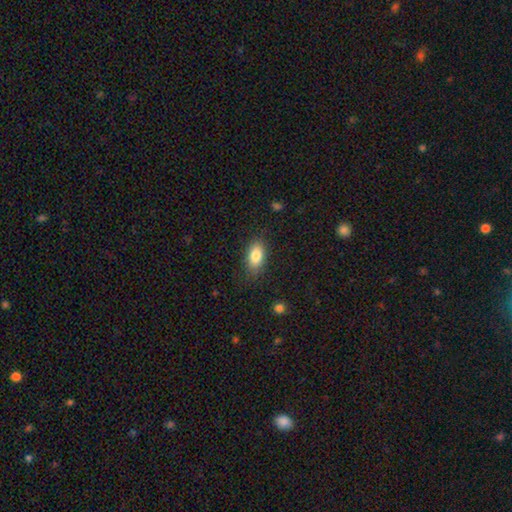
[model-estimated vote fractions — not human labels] This appears to be a smooth galaxy with no disk features (83%) that is in between round and cigar-shaped (90%). Merging: none (82%).